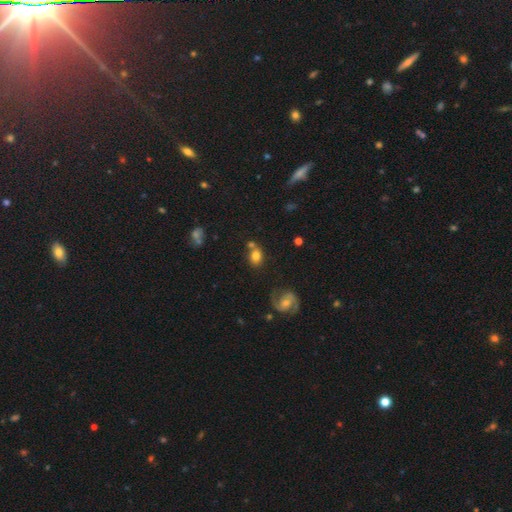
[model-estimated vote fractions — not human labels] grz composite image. It shows a smooth galaxy with no disk features (76%) that is in between round and cigar-shaped (55%). Merging: none (55%).